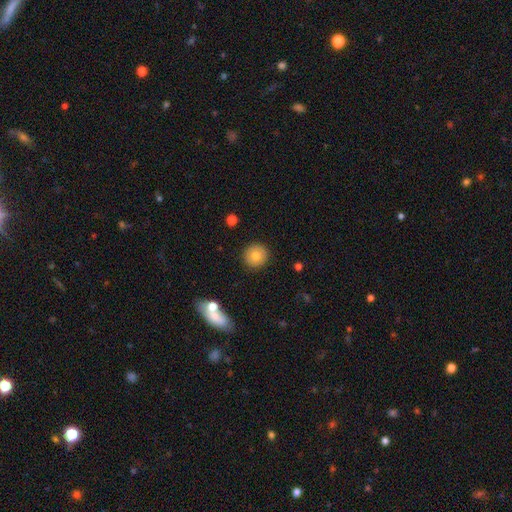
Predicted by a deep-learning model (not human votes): smooth-or-featured: smooth: 75% | featured or disk: 16% | star or artifact: 8%
  how-rounded: round: 92% | in between: 7% | cigar-shaped: 1%
  merging: none: 89% | minor disturbance: 7% | major disturbance: 2% | merger: 2%